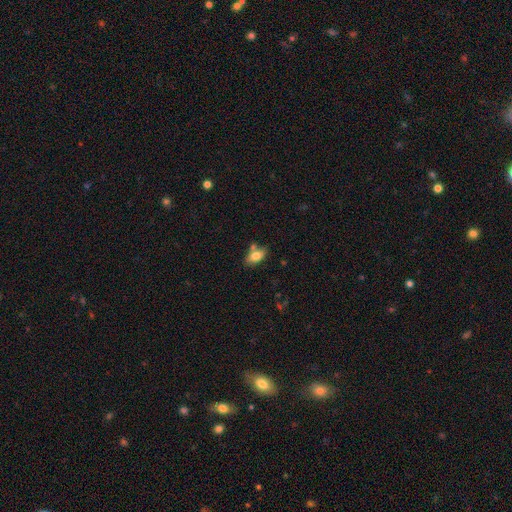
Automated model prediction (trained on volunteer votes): Morphology: type=smooth (76%); roundness=in between (89%); merging=none (62%).